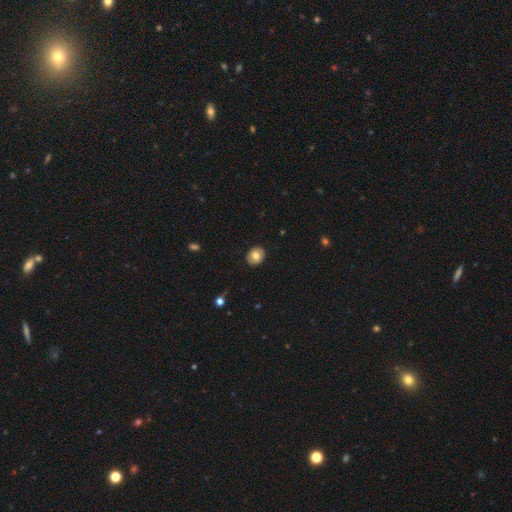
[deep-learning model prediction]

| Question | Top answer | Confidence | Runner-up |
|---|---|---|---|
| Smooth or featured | smooth | 71% | featured or disk (21%) |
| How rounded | round | 68% | in between (31%) |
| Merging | none | 89% | minor disturbance (8%) |